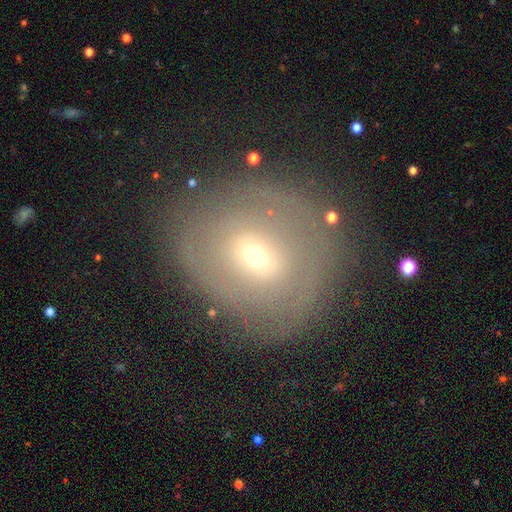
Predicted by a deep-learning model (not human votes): A featured or disk galaxy (48%).

Vote fractions:
- Smooth or featured? featured or disk: 48% / smooth: 40% / star or artifact: 13%
- Merging? none: 72% / minor disturbance: 17% / major disturbance: 10% / merger: 2%